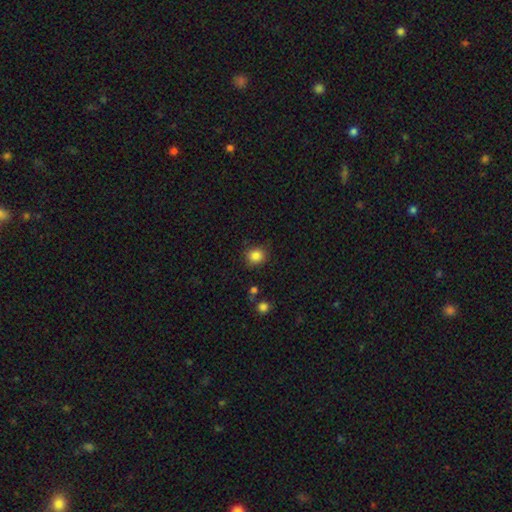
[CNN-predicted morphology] This is clearly a smooth galaxy (85%). How rounded: likely round (78%). Merging: clearly none (84%).